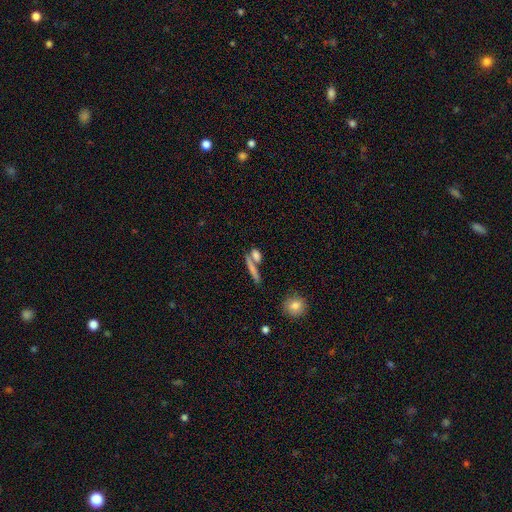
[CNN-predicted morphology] type=smooth (71%); roundness=cigar-shaped (55%); merging=none (51%).